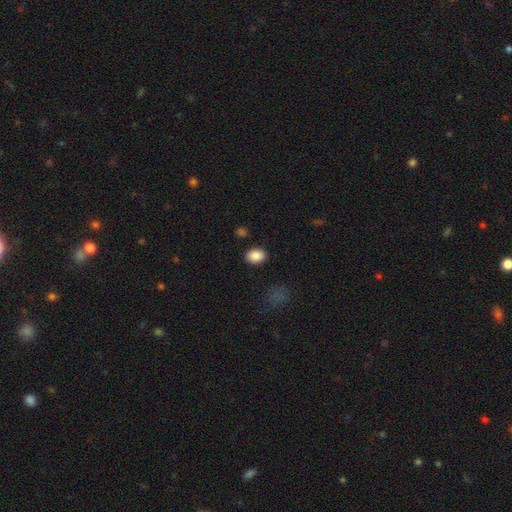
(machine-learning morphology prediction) smooth 88%, star or artifact 8%, featured or disk 4%. Down the decision tree: how rounded — in between (69%); merging — none (87%).